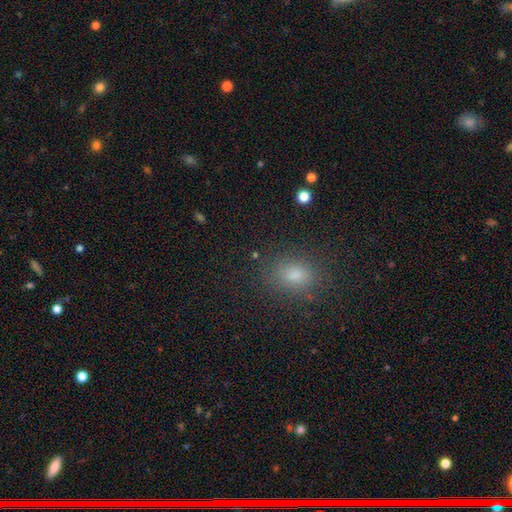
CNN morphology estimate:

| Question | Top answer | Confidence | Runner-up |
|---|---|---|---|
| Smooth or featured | smooth | 72% | star or artifact (21%) |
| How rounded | in between | 60% | round (38%) |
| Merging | none | 83% | minor disturbance (11%) |